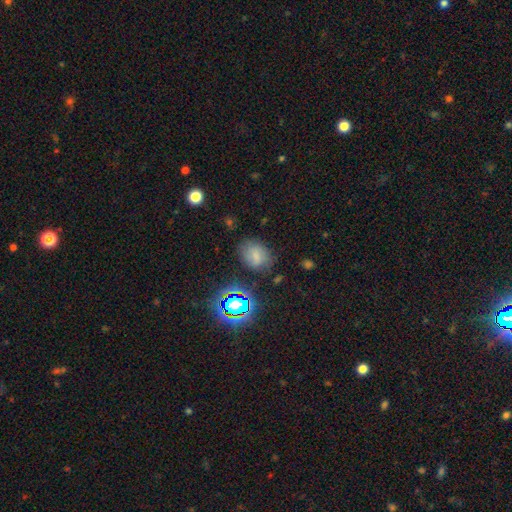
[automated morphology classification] smooth 68%, star or artifact 18%, featured or disk 13%. Down the decision tree: how rounded — in between (66%); merging — none (72%).